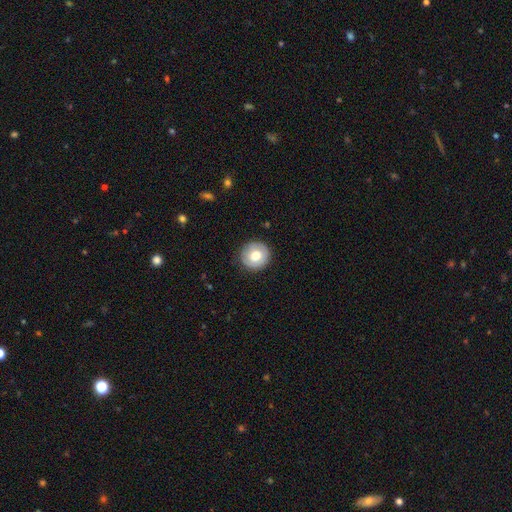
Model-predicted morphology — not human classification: Smooth or featured?
  - smooth: 71% *
  - featured or disk: 22%
  - star or artifact: 8%
How rounded?
  - round: 93% *
  - in between: 6%
  - cigar-shaped: 1%
Merging?
  - none: 87% *
  - minor disturbance: 10%
  - major disturbance: 2%
  - merger: 1%